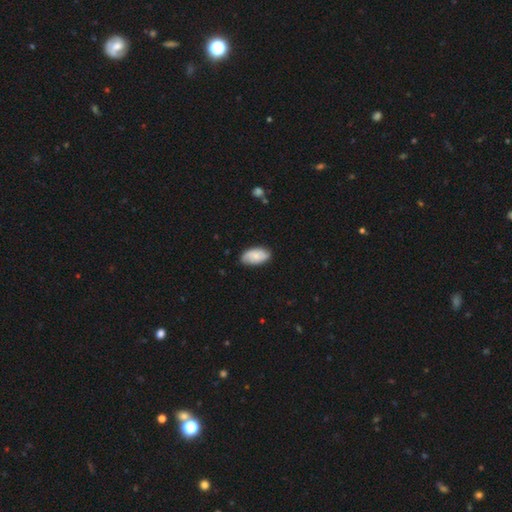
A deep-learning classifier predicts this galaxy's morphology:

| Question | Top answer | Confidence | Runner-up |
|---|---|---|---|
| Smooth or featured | smooth | 65% | featured or disk (28%) |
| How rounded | in between | 94% | round (3%) |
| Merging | none | 80% | minor disturbance (16%) |